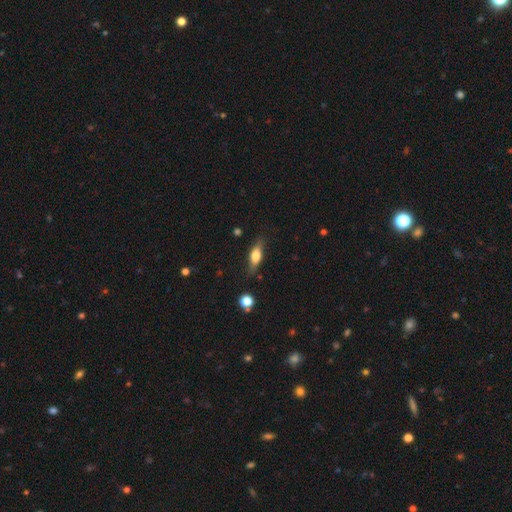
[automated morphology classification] Smooth or featured? smooth (60%)
How rounded? in between (63%)
Merging? none (76%)